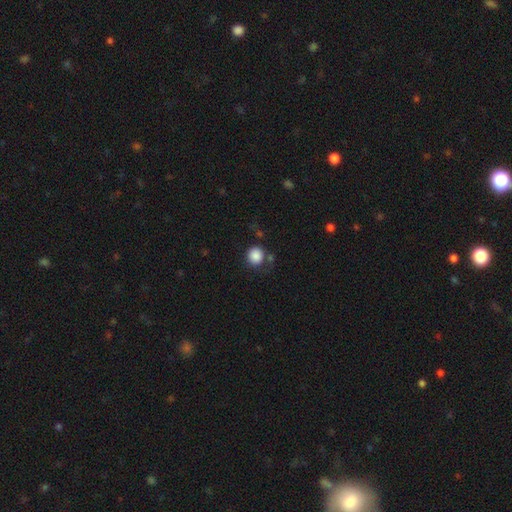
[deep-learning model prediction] A smooth galaxy with no disk features (87%) that is round (90%). Merging: none (76%).